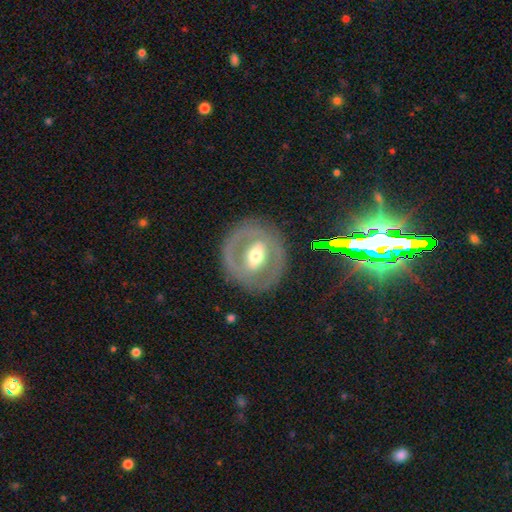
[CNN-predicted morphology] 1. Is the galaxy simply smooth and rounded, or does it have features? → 69% featured or disk, 25% smooth, 6% star or artifact.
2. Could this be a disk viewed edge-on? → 94% no, 6% yes.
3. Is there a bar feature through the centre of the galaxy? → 40% strong, 34% weak, 27% no.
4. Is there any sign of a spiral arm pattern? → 63% no, 37% yes.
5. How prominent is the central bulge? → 68% moderate, 17% small, 12% large, 1% dominant, 1% none.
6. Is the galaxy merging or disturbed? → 80% none, 11% minor disturbance, 7% major disturbance, 2% merger.